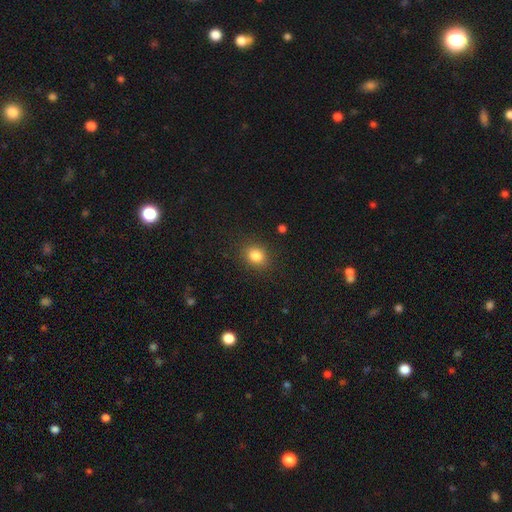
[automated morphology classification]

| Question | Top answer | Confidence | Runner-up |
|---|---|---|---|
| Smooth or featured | smooth | 84% | star or artifact (11%) |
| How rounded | round | 57% | in between (42%) |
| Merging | none | 86% | minor disturbance (9%) |